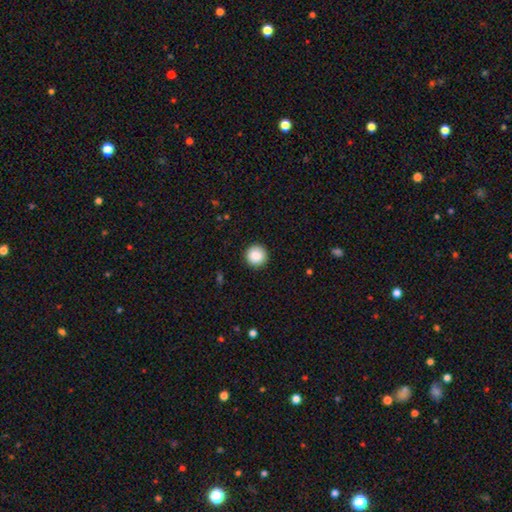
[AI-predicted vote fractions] Q: Smooth or featured?
A: smooth (87%); runner-up: star or artifact (8%)
Q: How rounded?
A: round (96%); runner-up: in between (3%)
Q: Merging?
A: none (93%); runner-up: minor disturbance (5%)